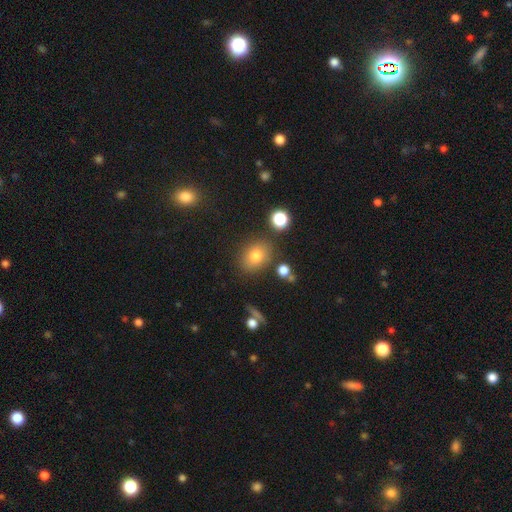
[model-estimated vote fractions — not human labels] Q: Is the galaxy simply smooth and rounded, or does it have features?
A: smooth — 76%.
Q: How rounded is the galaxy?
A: in between — 52%.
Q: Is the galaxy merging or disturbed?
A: none — 80%.